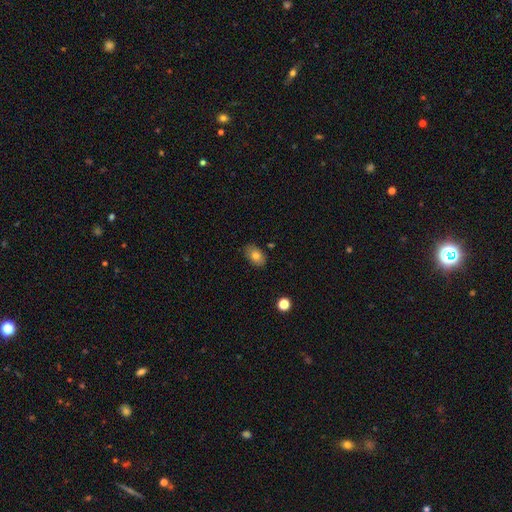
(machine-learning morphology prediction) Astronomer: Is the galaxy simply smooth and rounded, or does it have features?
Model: smooth — 78%.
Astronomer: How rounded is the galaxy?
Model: in between — 87%.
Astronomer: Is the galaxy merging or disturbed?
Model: none — 84%.